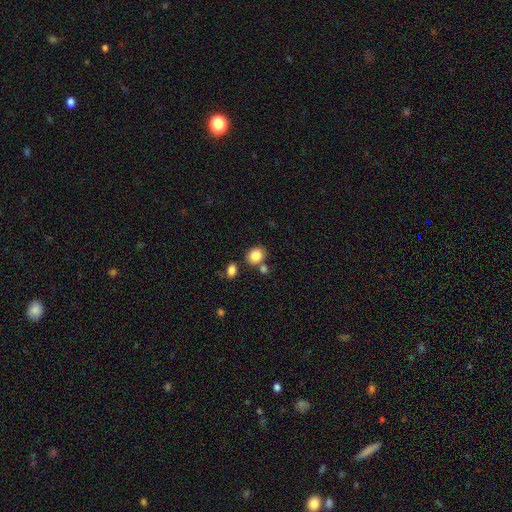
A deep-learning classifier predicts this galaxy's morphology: This is clearly a smooth galaxy (85%). How rounded: likely round (66%). Merging: likely none (68%).